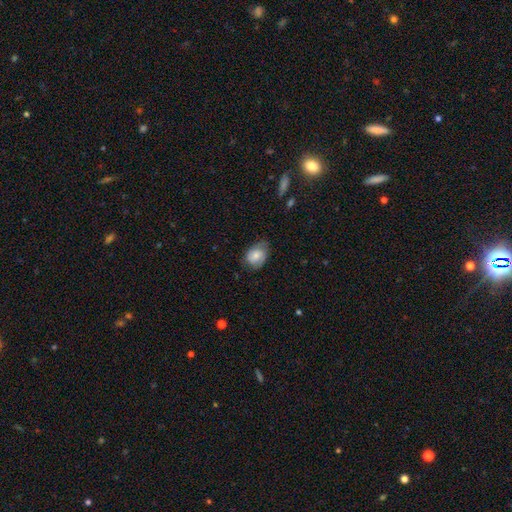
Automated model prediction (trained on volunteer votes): This is likely a smooth galaxy (62%). How rounded: likely in between (64%). Merging: likely none (62%).